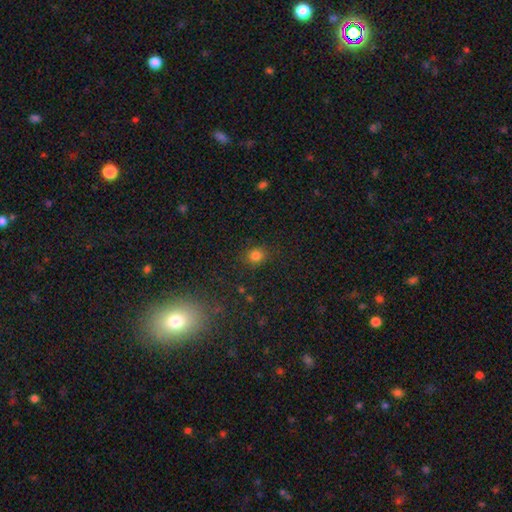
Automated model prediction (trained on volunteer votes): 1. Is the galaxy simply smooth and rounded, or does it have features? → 80% smooth, 15% star or artifact, 5% featured or disk.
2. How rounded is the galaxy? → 79% round, 20% in between, 1% cigar-shaped.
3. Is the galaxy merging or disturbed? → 84% none, 10% minor disturbance, 4% major disturbance, 2% merger.